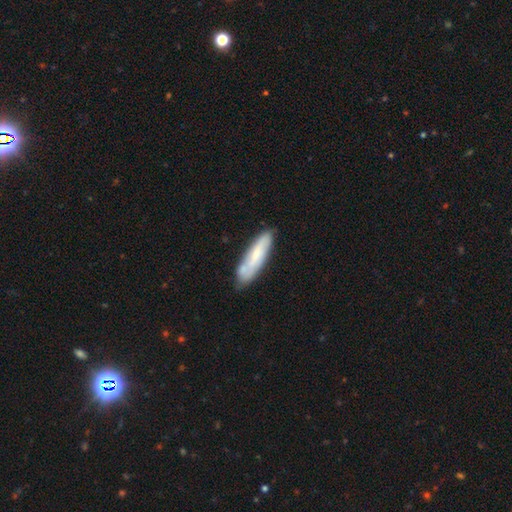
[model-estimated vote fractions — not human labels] This is possibly a smooth galaxy (57%). How rounded: likely cigar-shaped (70%). Merging: likely none (71%).